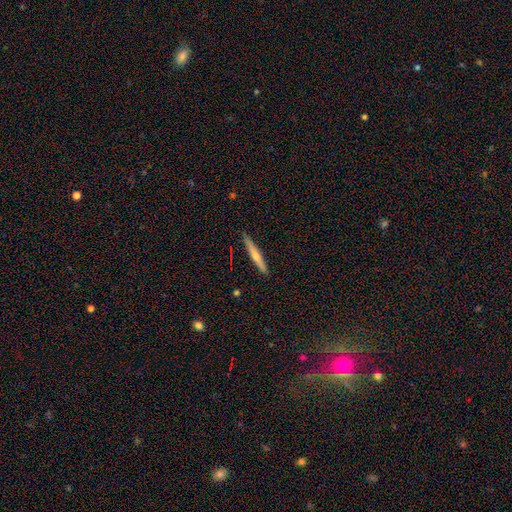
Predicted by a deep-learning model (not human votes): Q: Smooth or featured?
A: featured or disk (54%); runner-up: smooth (40%)
Q: Edge-on disk?
A: yes (97%); runner-up: no (3%)
Q: Edge-on bulge?
A: rounded (77%); runner-up: none (20%)
Q: Merging?
A: none (90%); runner-up: minor disturbance (7%)